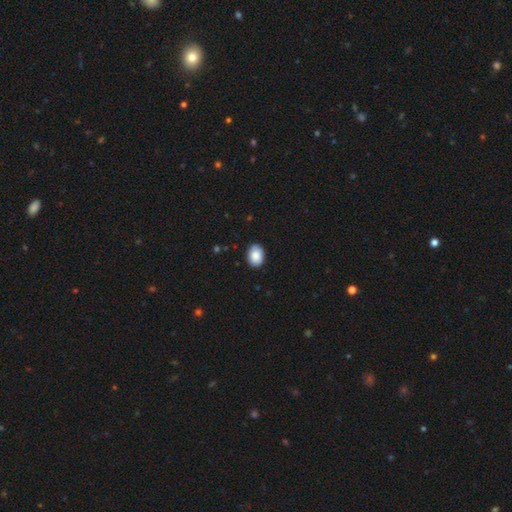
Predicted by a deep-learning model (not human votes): Morphology: type=smooth (88%); roundness=in between (77%); merging=none (87%).